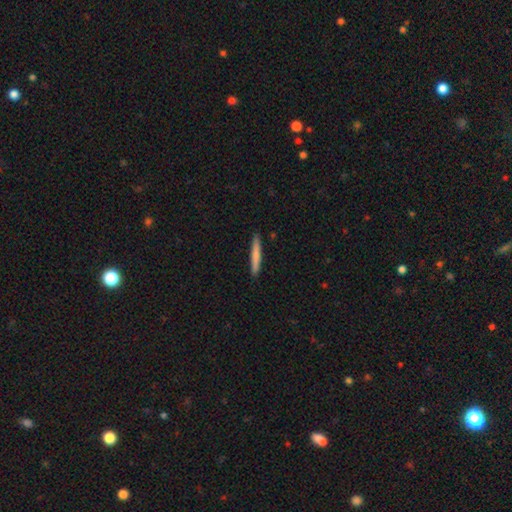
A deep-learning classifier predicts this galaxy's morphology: A smooth galaxy with no disk features (74%) that is cigar-shaped (96%). Merging: none (91%).